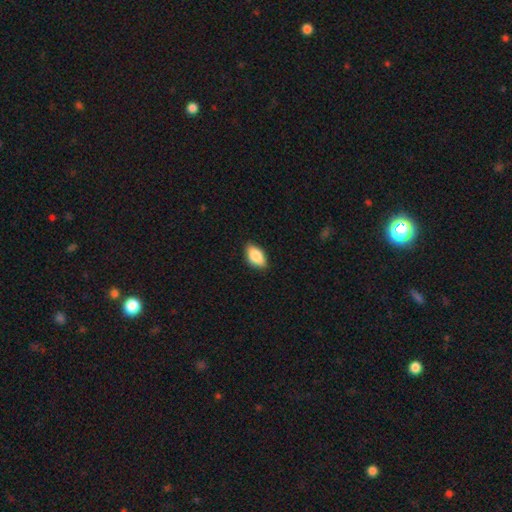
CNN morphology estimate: smooth-or-featured: smooth: 85% | featured or disk: 8% | star or artifact: 7%
  how-rounded: in between: 92% | round: 4% | cigar-shaped: 4%
  merging: none: 85% | minor disturbance: 12% | major disturbance: 2% | merger: 1%